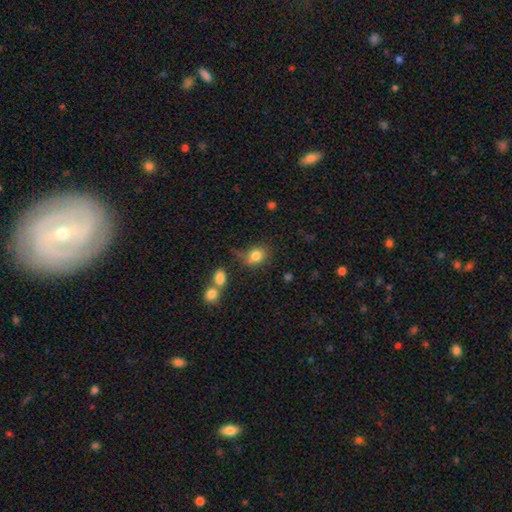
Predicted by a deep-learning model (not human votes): The model was most divided on "how rounded": round: 57%, in between: 42%, cigar-shaped: 1%. More confident: smooth or featured — smooth (82%); merging — none (61%).